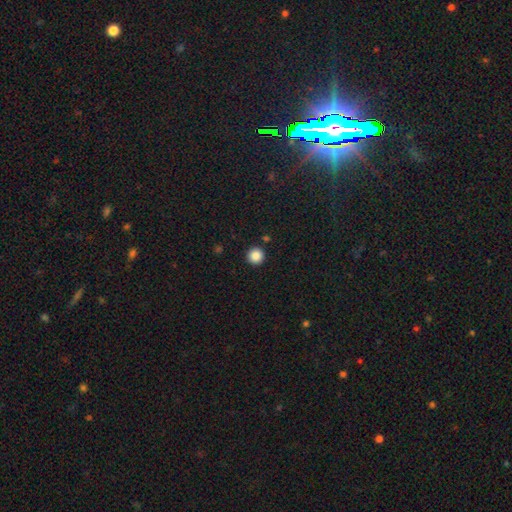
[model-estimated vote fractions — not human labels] smooth 87%, star or artifact 10%, featured or disk 3%. Down the decision tree: how rounded — round (96%); merging — none (92%).